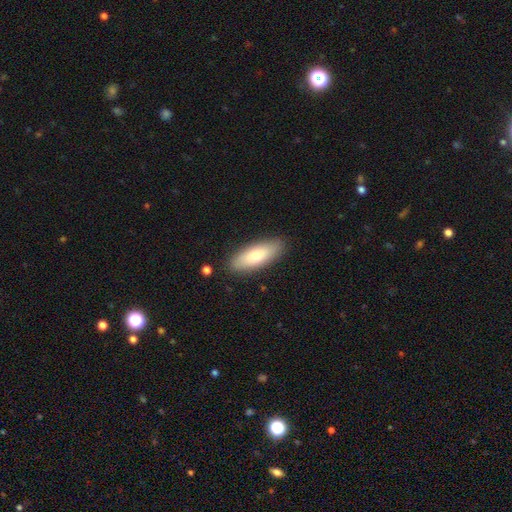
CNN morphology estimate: The model was most divided on "how rounded": in between: 66%, cigar-shaped: 32%, round: 2%. More confident: merging — none (88%); smooth or featured — smooth (72%).